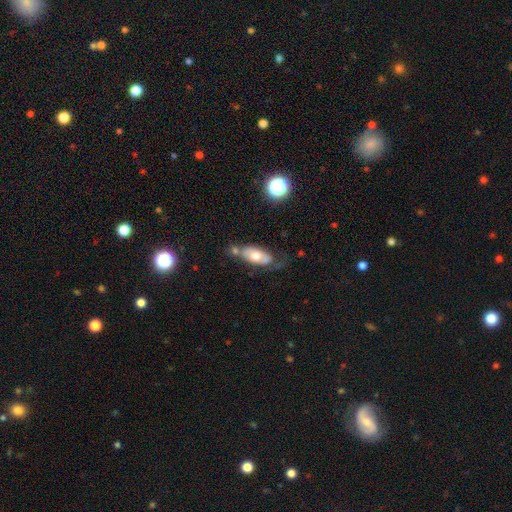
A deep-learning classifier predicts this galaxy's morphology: Q: Smooth or featured?
A: smooth (52%); runner-up: featured or disk (41%)
Q: How rounded?
A: in between (85%); runner-up: cigar-shaped (11%)
Q: Merging?
A: none (45%); runner-up: minor disturbance (24%)